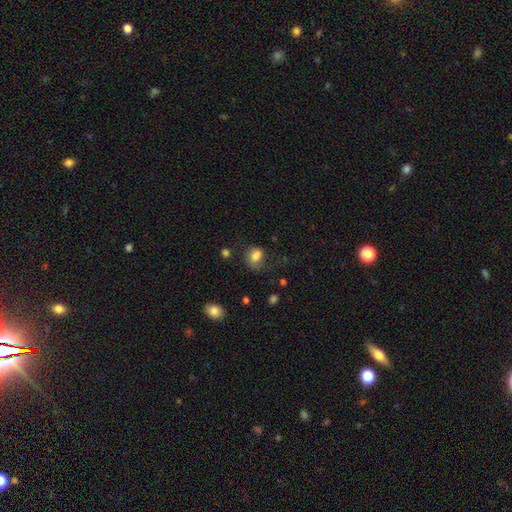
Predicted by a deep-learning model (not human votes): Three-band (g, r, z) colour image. It shows a smooth galaxy with no disk features (80%) that is in between round and cigar-shaped (59%). Merging: none (49%).